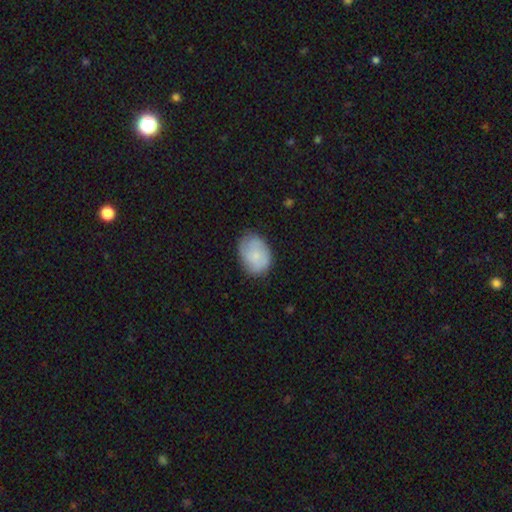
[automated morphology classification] Smooth or featured? Predicted: smooth (p=0.63). How rounded? Predicted: in between (p=0.72). Merging? Predicted: none (p=0.71).